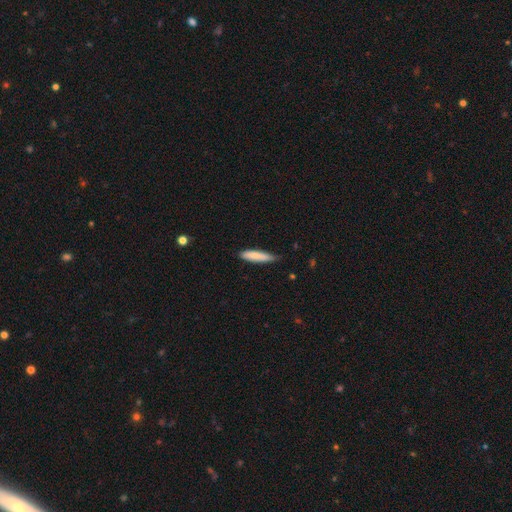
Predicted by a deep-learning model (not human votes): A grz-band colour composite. It shows a smooth galaxy with no disk features (82%) that is cigar-shaped (79%). Merging: none (70%).